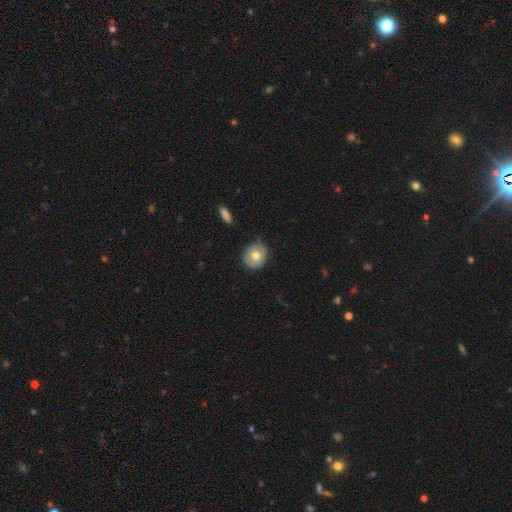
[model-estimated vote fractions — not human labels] A smooth galaxy with no disk features (70%) that is round (66%). Merging: none (81%).